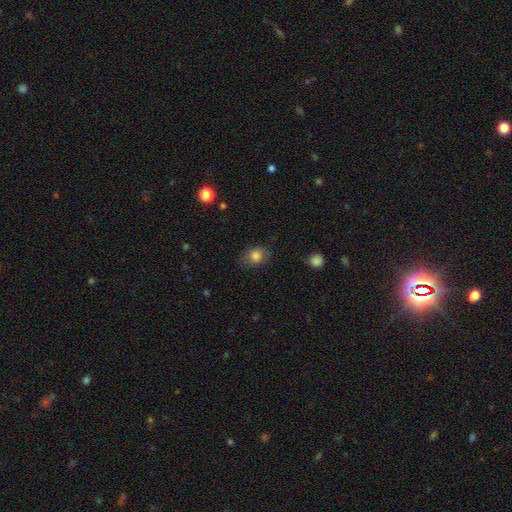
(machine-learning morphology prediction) type=smooth (82%); roundness=round (50%); merging=none (72%).